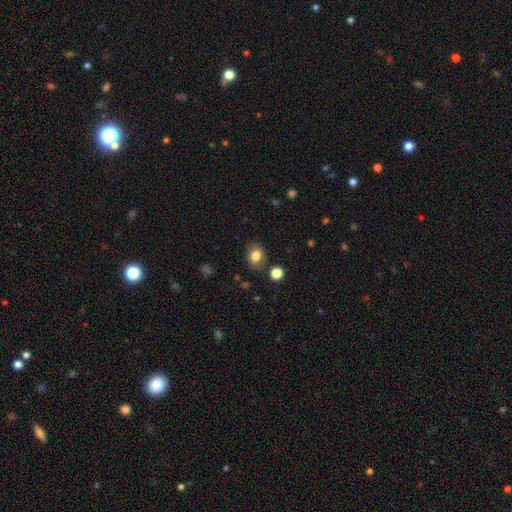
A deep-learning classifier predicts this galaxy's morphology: A smooth galaxy with no disk features (81%) that is in between round and cigar-shaped (50%).

Vote fractions:
- Smooth or featured? smooth: 81% / star or artifact: 10% / featured or disk: 9%
- How rounded? in between: 50% / round: 49% / cigar-shaped: 1%
- Merging? none: 81% / minor disturbance: 12% / merger: 4% / major disturbance: 3%